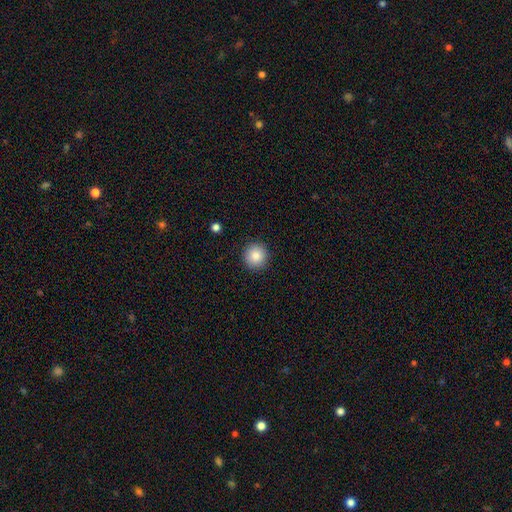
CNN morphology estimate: Overall: smooth (85%). How rounded: round (93%). Merging: none (91%).